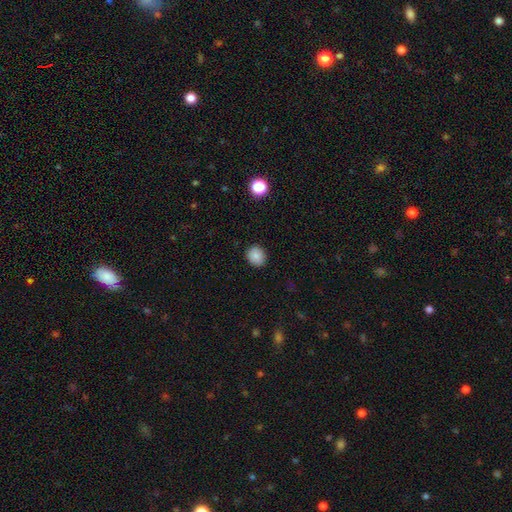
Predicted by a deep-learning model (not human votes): Morphology: type=smooth (86%); roundness=round (73%); merging=none (89%).